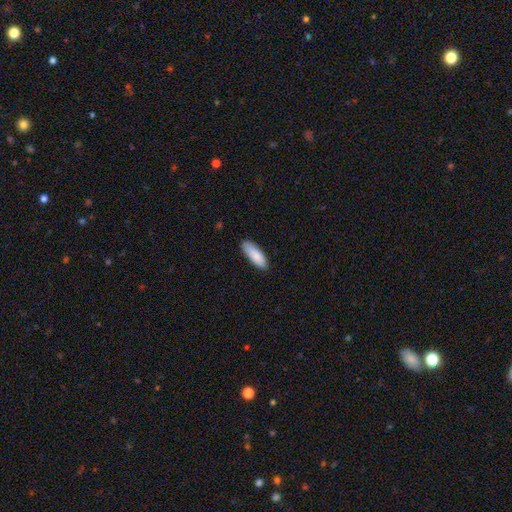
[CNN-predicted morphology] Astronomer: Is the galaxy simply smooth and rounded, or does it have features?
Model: smooth — 88%.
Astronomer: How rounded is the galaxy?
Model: in between — 61% (runner-up: cigar-shaped, 37%).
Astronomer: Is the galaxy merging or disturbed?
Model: none — 85%.